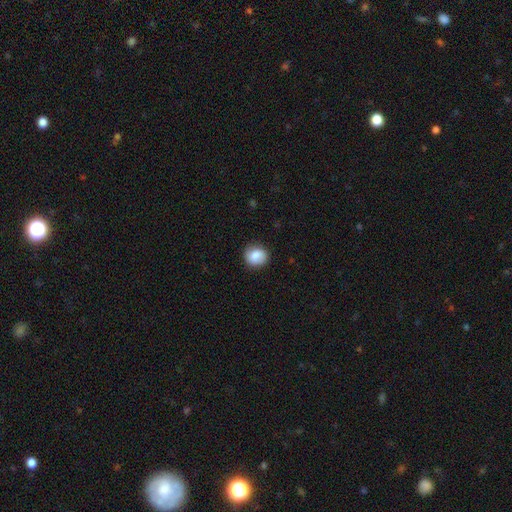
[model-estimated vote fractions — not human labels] Morphology: type=smooth (80%); roundness=round (81%); merging=none (83%).